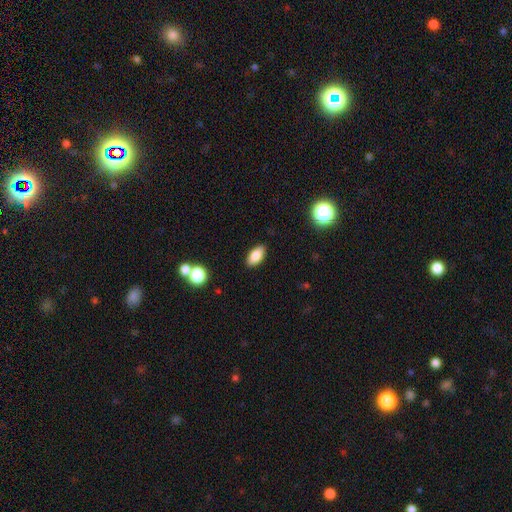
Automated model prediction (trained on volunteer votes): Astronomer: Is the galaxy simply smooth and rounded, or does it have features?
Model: smooth — 82%.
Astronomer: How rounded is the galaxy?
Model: in between — 90%.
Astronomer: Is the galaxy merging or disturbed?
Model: none — 88%.